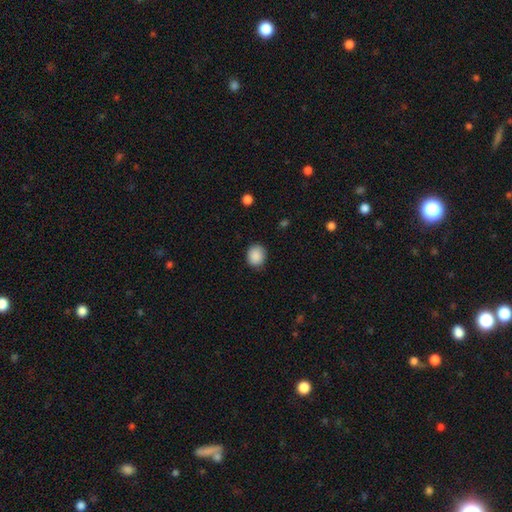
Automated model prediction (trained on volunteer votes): Smooth or featured? Predicted: smooth (p=0.89). How rounded? Predicted: round (p=0.75). Merging? Predicted: none (p=0.84).